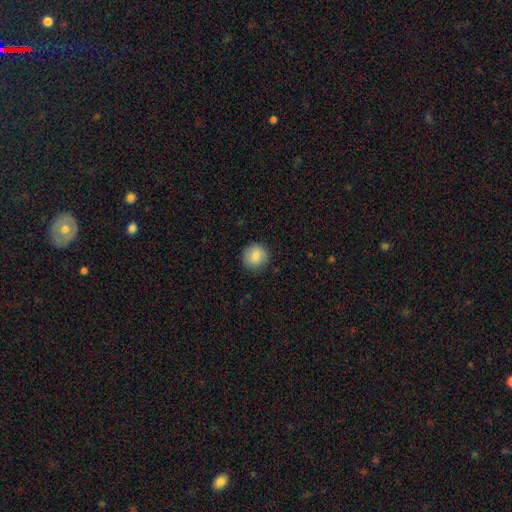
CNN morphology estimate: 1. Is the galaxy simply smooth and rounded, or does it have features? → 85% smooth, 8% star or artifact, 7% featured or disk.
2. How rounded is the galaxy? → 89% round, 10% in between, 1% cigar-shaped.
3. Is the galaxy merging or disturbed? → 86% none, 11% minor disturbance, 3% major disturbance, 1% merger.